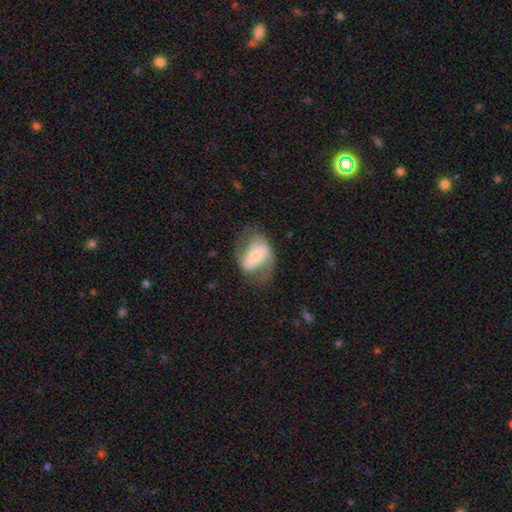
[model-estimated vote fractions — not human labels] Smooth or featured: featured or disk — 62% (smooth — 31%)
Edge-on disk: no — 95% (yes — 5%)
Bar: no — 41% (weak — 32%)
Spiral arms: yes — 77% (no — 23%)
Bulge size: moderate — 46% (small — 43%)
Merging: none — 54% (minor disturbance — 24%)